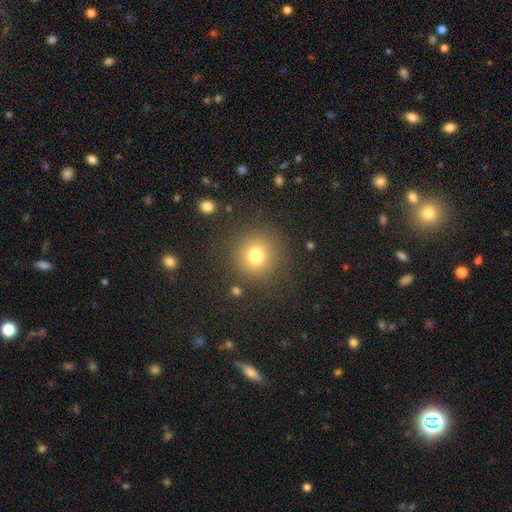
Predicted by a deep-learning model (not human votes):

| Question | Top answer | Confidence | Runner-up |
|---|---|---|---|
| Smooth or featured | smooth | 76% | star or artifact (14%) |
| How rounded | round | 93% | in between (6%) |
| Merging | none | 86% | minor disturbance (8%) |